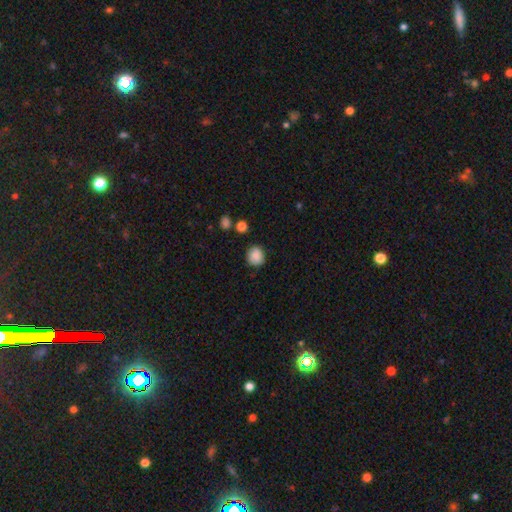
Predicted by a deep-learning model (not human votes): smooth-or-featured: smooth: 87% | star or artifact: 9% | featured or disk: 4%
  how-rounded: round: 81% | in between: 18% | cigar-shaped: 1%
  merging: none: 83% | minor disturbance: 12% | major disturbance: 3% | merger: 2%